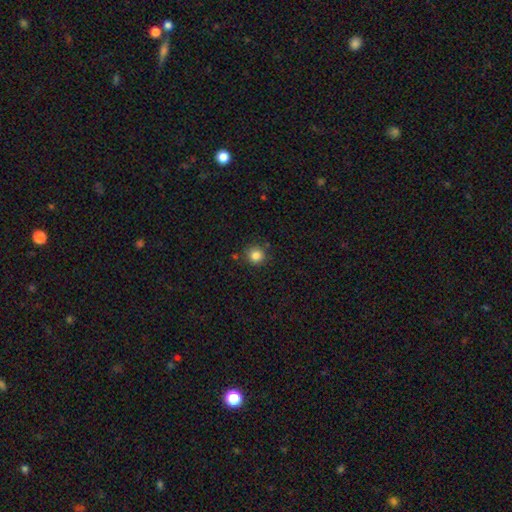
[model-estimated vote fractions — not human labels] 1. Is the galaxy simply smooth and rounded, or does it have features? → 84% smooth, 11% star or artifact, 5% featured or disk.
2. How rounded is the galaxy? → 93% round, 6% in between, 1% cigar-shaped.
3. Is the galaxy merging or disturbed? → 85% none, 9% minor disturbance, 4% merger, 3% major disturbance.